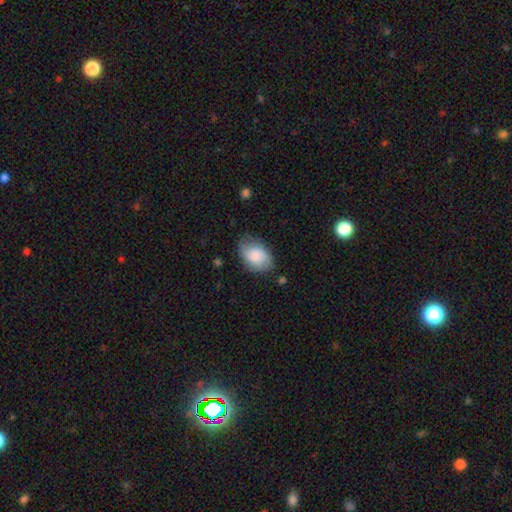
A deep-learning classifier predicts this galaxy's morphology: Smooth or featured?
  - smooth: 76% *
  - featured or disk: 18%
  - star or artifact: 6%
How rounded?
  - in between: 87% *
  - round: 12%
  - cigar-shaped: 1%
Merging?
  - none: 66% *
  - minor disturbance: 25%
  - major disturbance: 6%
  - merger: 2%